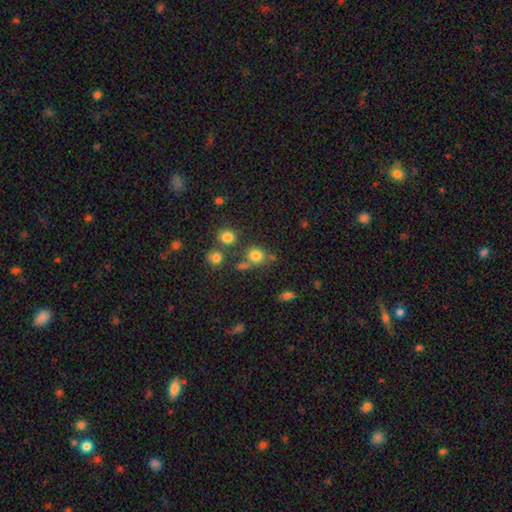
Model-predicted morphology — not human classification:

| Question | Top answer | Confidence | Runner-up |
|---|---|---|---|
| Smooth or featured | smooth | 77% | star or artifact (15%) |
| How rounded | round | 76% | in between (23%) |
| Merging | none | 62% | merger (19%) |